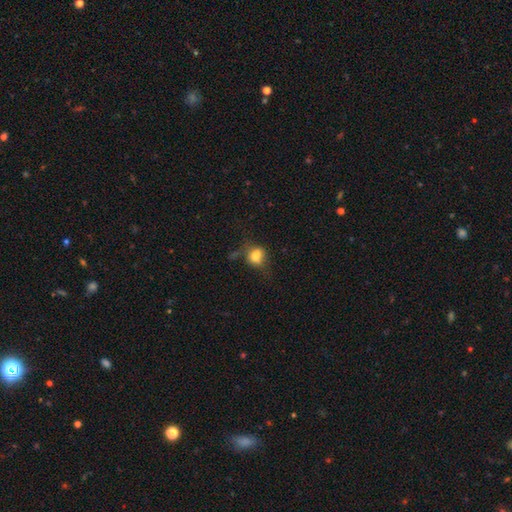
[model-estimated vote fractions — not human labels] This appears to be a smooth galaxy with no disk features (72%) that is round (55%). Merging: none (57%).